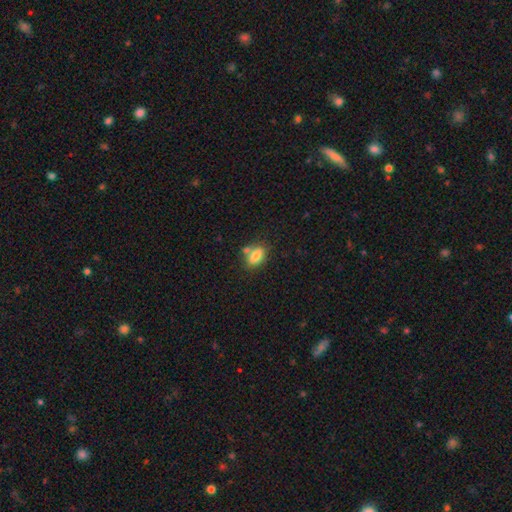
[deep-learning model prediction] smooth-or-featured: smooth: 80% | featured or disk: 11% | star or artifact: 9%
  how-rounded: in between: 83% | round: 10% | cigar-shaped: 7%
  merging: none: 60% | merger: 20% | minor disturbance: 16% | major disturbance: 4%